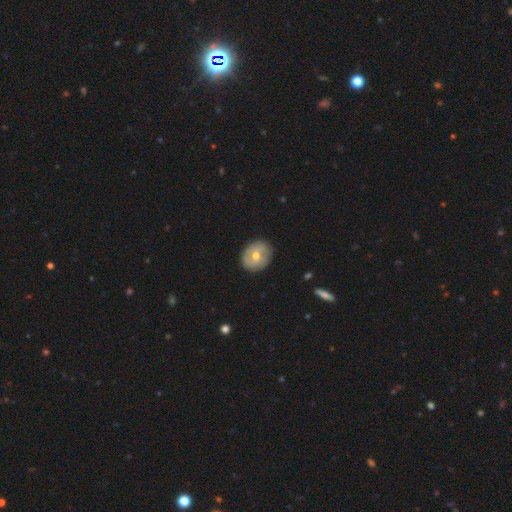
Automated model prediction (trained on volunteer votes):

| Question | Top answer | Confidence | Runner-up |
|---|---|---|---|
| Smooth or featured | featured or disk | 50% | smooth (43%) |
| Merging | none | 86% | minor disturbance (10%) |